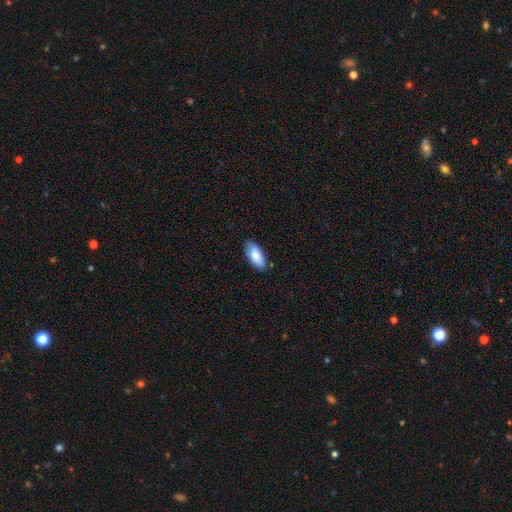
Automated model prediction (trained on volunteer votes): The model was most divided on "merging": none: 83%, minor disturbance: 14%, major disturbance: 2%, merger: 1%. More confident: smooth or featured — smooth (85%); how rounded — in between (84%).